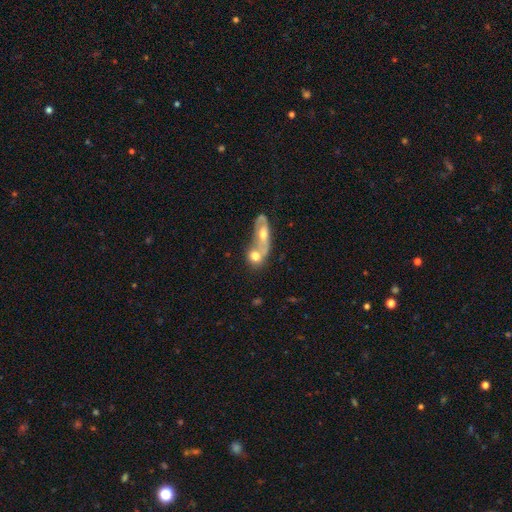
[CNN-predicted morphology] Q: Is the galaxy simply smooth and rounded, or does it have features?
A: smooth — 64%.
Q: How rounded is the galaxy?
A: round — 47%.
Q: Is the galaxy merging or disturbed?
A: merger — 65%.